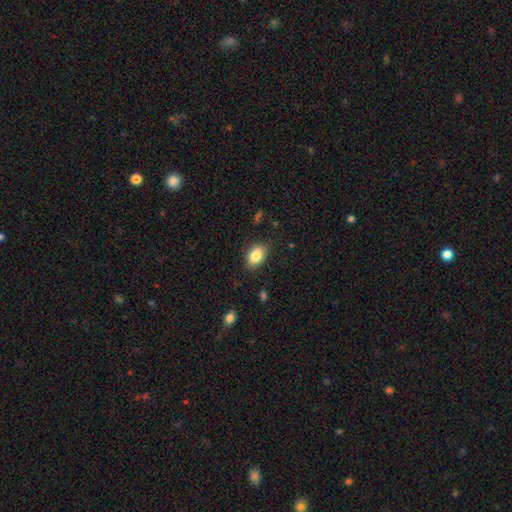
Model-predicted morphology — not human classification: This appears to be a smooth galaxy with no disk features (85%) that is in between round and cigar-shaped (81%). Merging: none (81%).